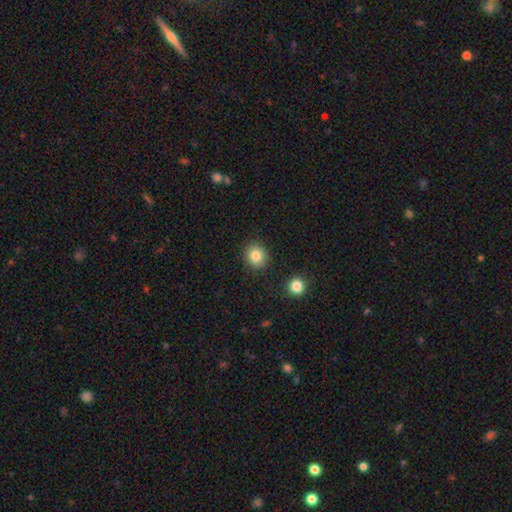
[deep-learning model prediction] Smooth or featured? Predicted: smooth (p=0.84). How rounded? Predicted: round (p=0.79). Merging? Predicted: none (p=0.89).